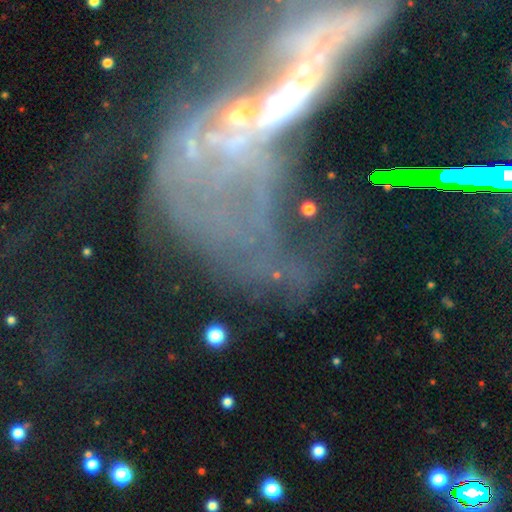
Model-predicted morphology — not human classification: Smooth or featured? featured or disk (59%)
Edge-on disk? no (85%)
Bar? no (71%)
Spiral arms? no (66%)
Bulge size? none (37%)
Merging? merger (43%)